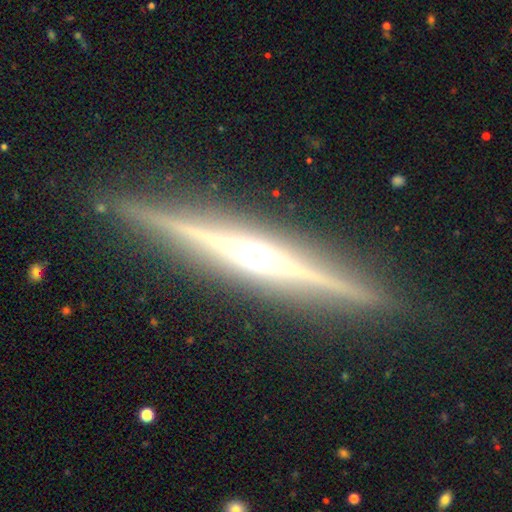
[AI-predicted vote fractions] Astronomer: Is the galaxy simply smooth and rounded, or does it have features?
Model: featured or disk — 87%.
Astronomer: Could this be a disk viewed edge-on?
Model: yes — 98%.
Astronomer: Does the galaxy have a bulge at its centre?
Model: rounded — 79%.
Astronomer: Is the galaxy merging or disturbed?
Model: none — 91%.